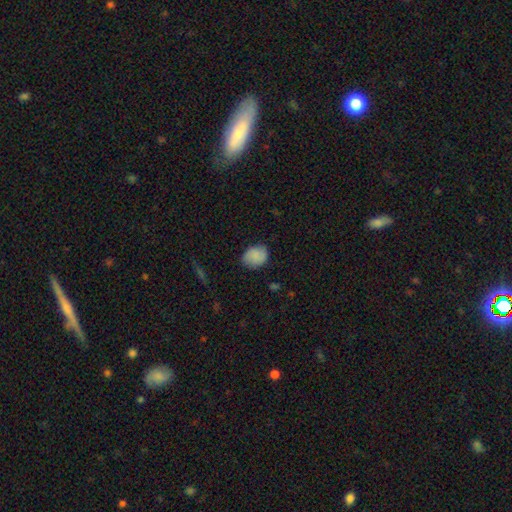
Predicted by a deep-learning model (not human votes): Smooth or featured? Predicted: smooth (p=0.85). How rounded? Predicted: in between (p=0.56). Merging? Predicted: none (p=0.76).